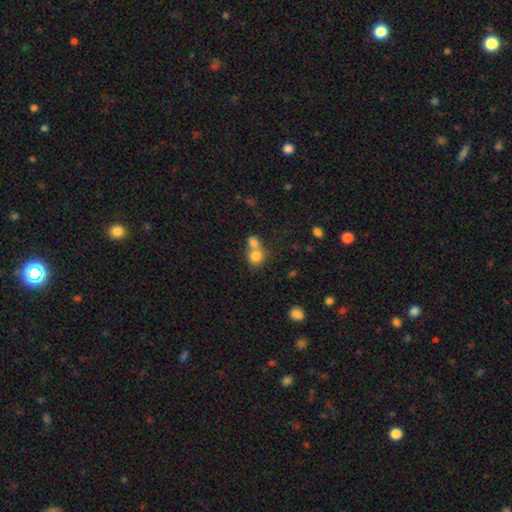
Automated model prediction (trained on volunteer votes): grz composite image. It shows a smooth galaxy with no disk features (78%) that is round (74%). Merging: merger (59%).